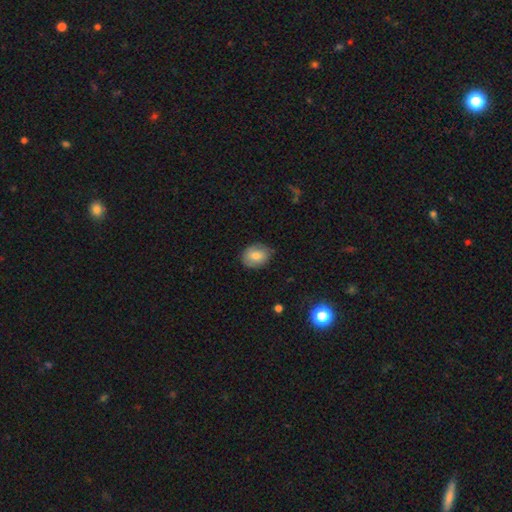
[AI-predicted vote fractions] This appears to be a smooth galaxy with no disk features (78%) that is in between round and cigar-shaped (58%). Merging: none (79%).